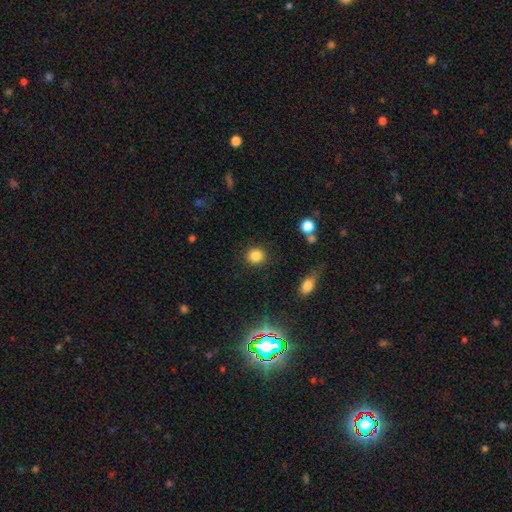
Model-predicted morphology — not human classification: A smooth galaxy with no disk features (85%) that is round (86%). Merging: none (89%).